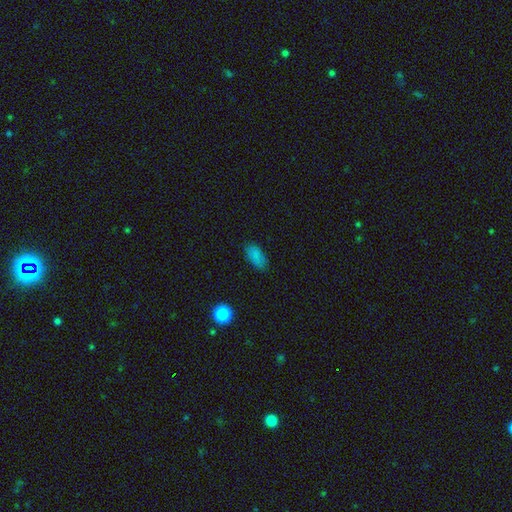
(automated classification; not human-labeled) Smooth or featured?
  - smooth: 83% *
  - star or artifact: 12%
  - featured or disk: 5%
How rounded?
  - in between: 91% *
  - cigar-shaped: 5%
  - round: 4%
Merging?
  - none: 81% *
  - minor disturbance: 15%
  - major disturbance: 3%
  - merger: 1%